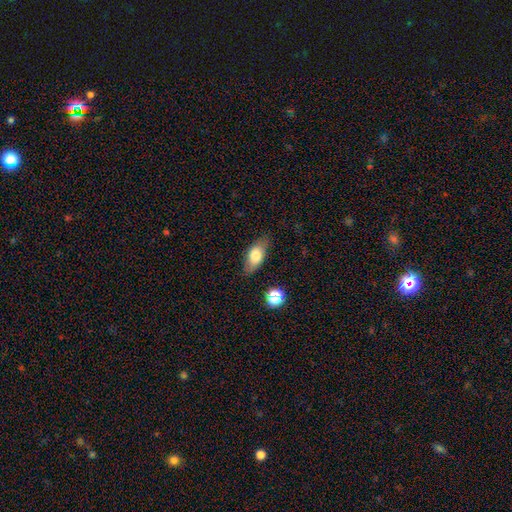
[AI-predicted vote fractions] Overall: smooth (72%). How rounded: in between (84%). Merging: none (78%).